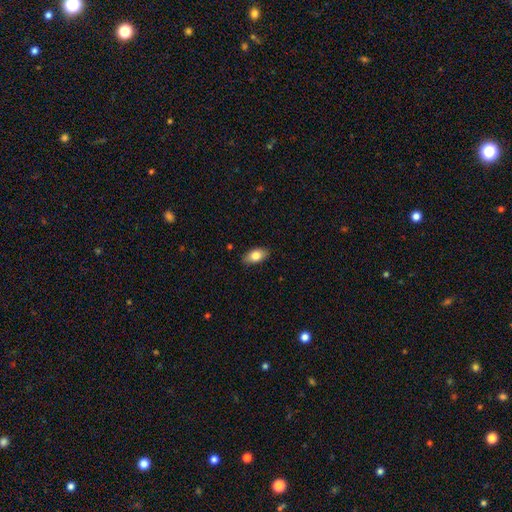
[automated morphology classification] Q: Smooth or featured?
A: smooth (81%); runner-up: featured or disk (12%)
Q: How rounded?
A: in between (91%); runner-up: round (5%)
Q: Merging?
A: none (87%); runner-up: minor disturbance (10%)